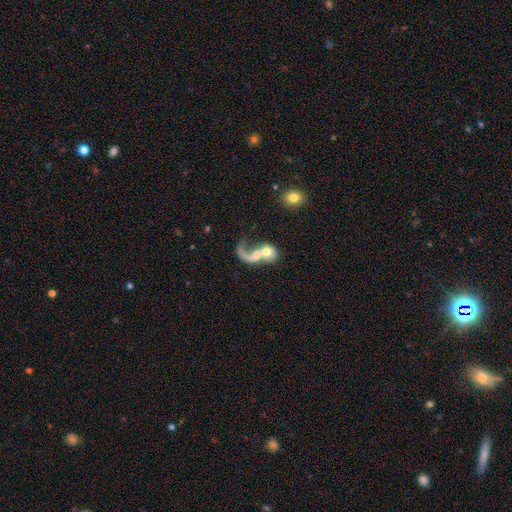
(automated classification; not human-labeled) Q: Smooth or featured?
A: featured or disk (56%); runner-up: smooth (36%)
Q: Edge-on disk?
A: no (96%); runner-up: yes (4%)
Q: Bar?
A: no (74%); runner-up: weak (21%)
Q: Spiral arms?
A: yes (68%); runner-up: no (32%)
Q: Bulge size?
A: moderate (53%); runner-up: small (21%)
Q: Merging?
A: merger (59%); runner-up: major disturbance (21%)